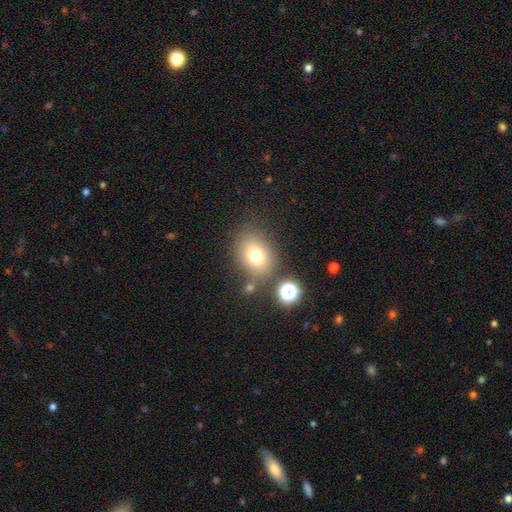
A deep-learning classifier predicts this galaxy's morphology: smooth 74%, star or artifact 14%, featured or disk 12%. Down the decision tree: how rounded — in between (54%); merging — none (73%).